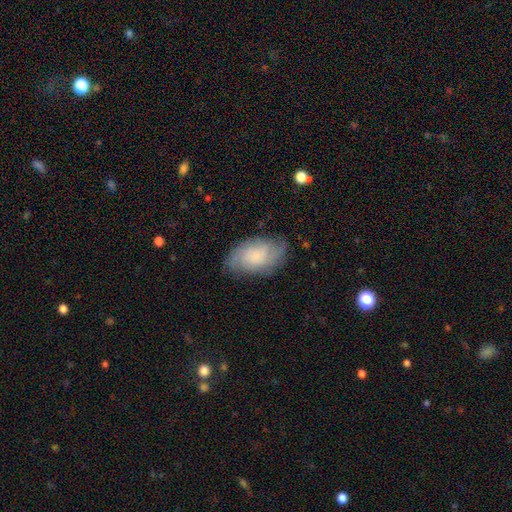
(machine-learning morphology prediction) This appears to be a featured or disk galaxy (54%) with no bar (73%), spiral arms (89%) and a small central bulge (36%). Merging: none (73%).